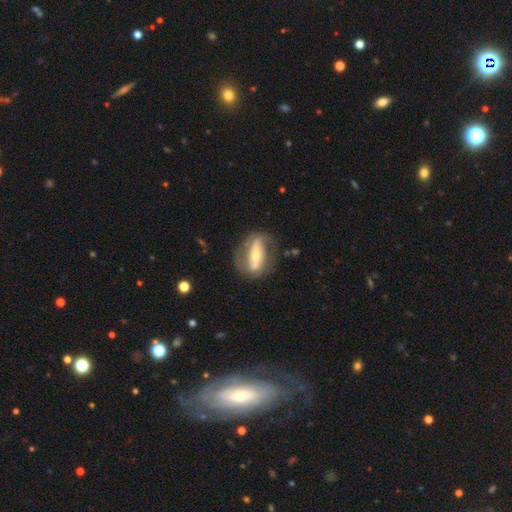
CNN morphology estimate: Smooth or featured? Predicted: featured or disk (p=0.69). Edge-on disk? Predicted: no (p=0.79). Bar? Predicted: strong (p=0.68). Spiral arms? Predicted: yes (p=0.53). Bulge size? Predicted: moderate (p=0.49). Merging? Predicted: none (p=0.69).